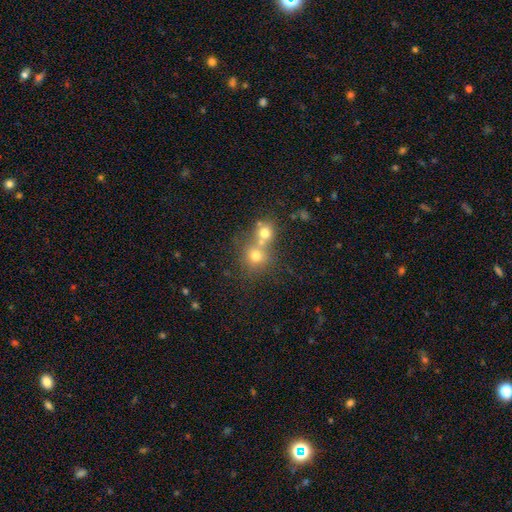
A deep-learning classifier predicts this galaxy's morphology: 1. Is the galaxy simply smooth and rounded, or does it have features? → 70% smooth, 16% star or artifact, 15% featured or disk.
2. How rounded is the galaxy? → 84% round, 15% in between, 1% cigar-shaped.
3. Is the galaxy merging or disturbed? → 51% merger, 39% none, 6% minor disturbance, 3% major disturbance.